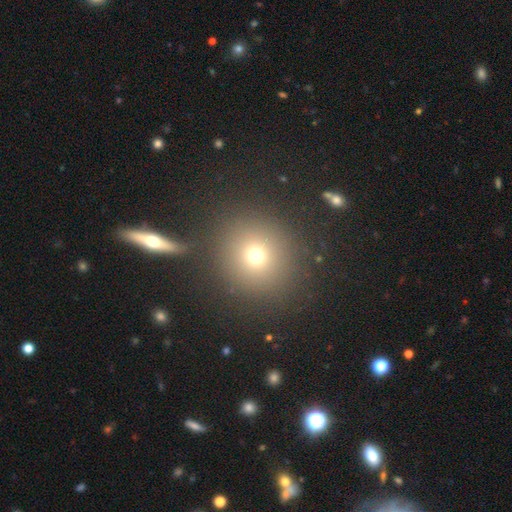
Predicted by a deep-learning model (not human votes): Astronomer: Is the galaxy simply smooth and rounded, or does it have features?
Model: smooth — 71%.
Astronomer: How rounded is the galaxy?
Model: round — 92%.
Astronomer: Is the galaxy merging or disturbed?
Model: none — 84%.